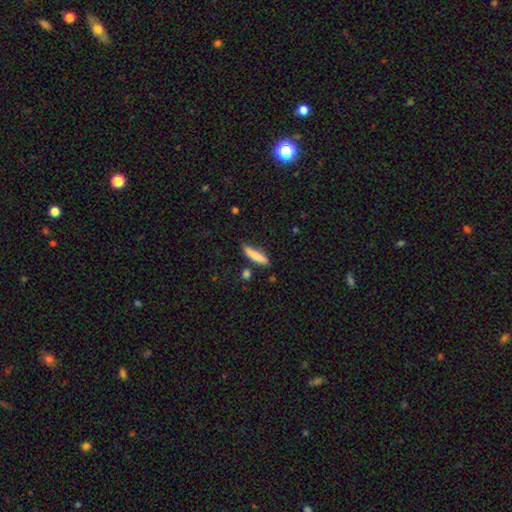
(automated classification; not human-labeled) Q: Smooth or featured?
A: smooth (81%); runner-up: featured or disk (13%)
Q: How rounded?
A: cigar-shaped (79%); runner-up: in between (19%)
Q: Merging?
A: none (75%); runner-up: minor disturbance (17%)